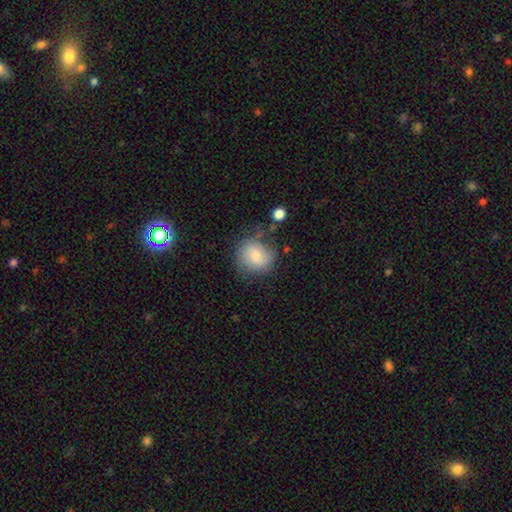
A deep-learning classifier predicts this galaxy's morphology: smooth_or_featured: smooth (p=0.68) [alt: featured or disk p=0.23]
how_rounded: round (p=0.79) [alt: in between p=0.20]
merging: none (p=0.58) [alt: minor disturbance p=0.25]